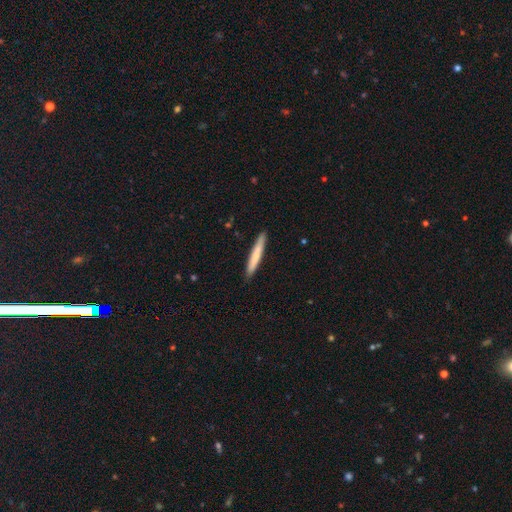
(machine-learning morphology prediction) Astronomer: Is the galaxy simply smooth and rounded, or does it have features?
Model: smooth — 73%.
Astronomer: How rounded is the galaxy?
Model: cigar-shaped — 95%.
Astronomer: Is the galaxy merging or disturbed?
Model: none — 90%.